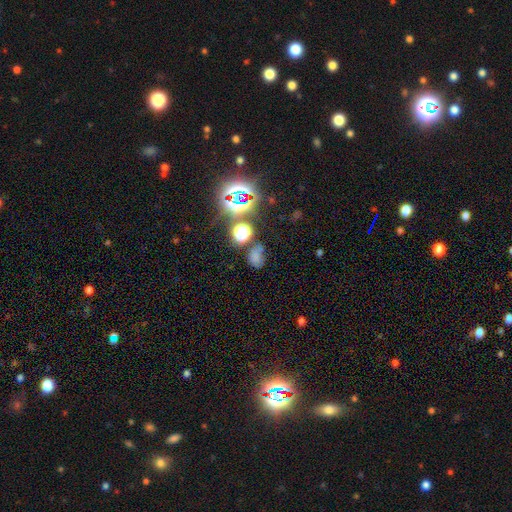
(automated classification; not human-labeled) Overall: smooth (53%; star or artifact 35%). How rounded: in between (65%; round 33%). Merging: none (46%; minor disturbance 23%).